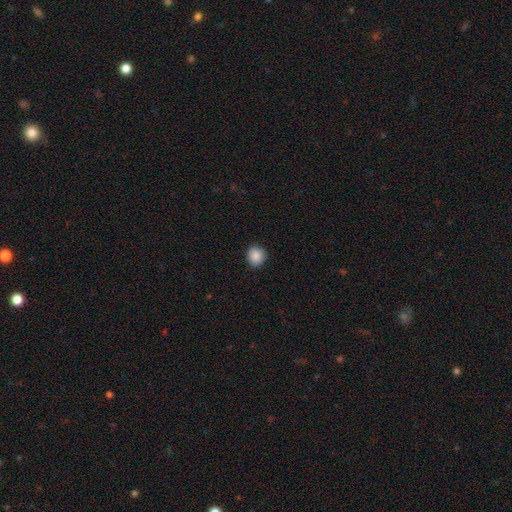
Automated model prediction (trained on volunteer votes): smooth 88%, star or artifact 9%, featured or disk 3%. Down the decision tree: how rounded — round (85%); merging — none (88%).